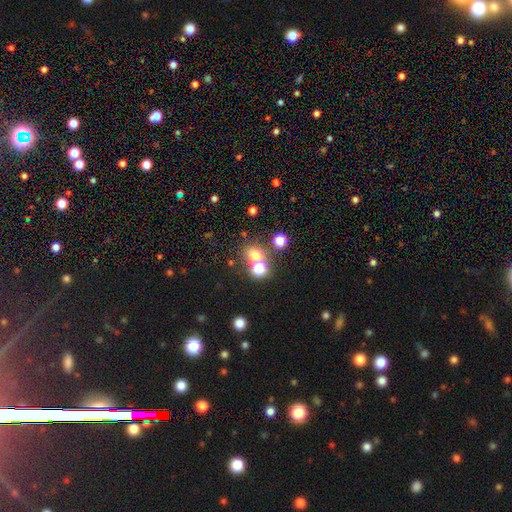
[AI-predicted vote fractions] Smooth or featured? Predicted: smooth (p=0.67). How rounded? Predicted: round (p=0.76). Merging? Predicted: none (p=0.49).